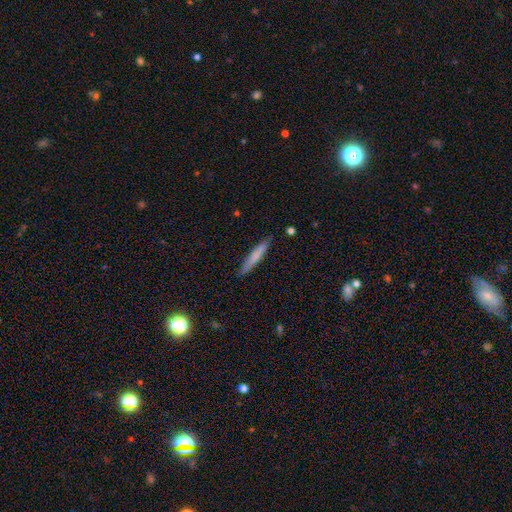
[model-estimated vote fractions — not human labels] Smooth or featured?
  - smooth: 72% *
  - featured or disk: 22%
  - star or artifact: 6%
How rounded?
  - cigar-shaped: 93% *
  - in between: 5%
  - round: 1%
Merging?
  - none: 86% *
  - minor disturbance: 11%
  - major disturbance: 2%
  - merger: 1%